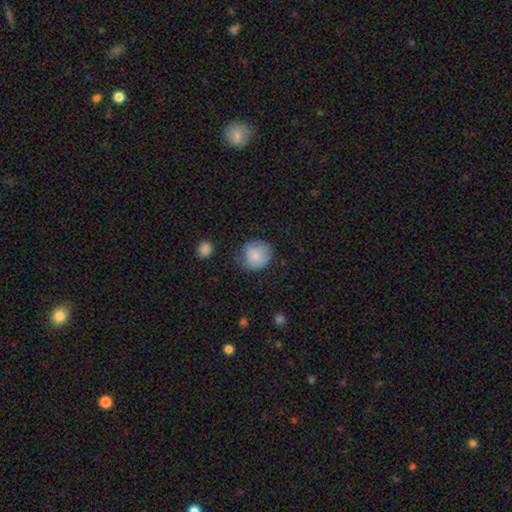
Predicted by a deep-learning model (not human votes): Q: Smooth or featured?
A: smooth (81%); runner-up: featured or disk (12%)
Q: How rounded?
A: round (84%); runner-up: in between (15%)
Q: Merging?
A: none (59%); runner-up: minor disturbance (29%)